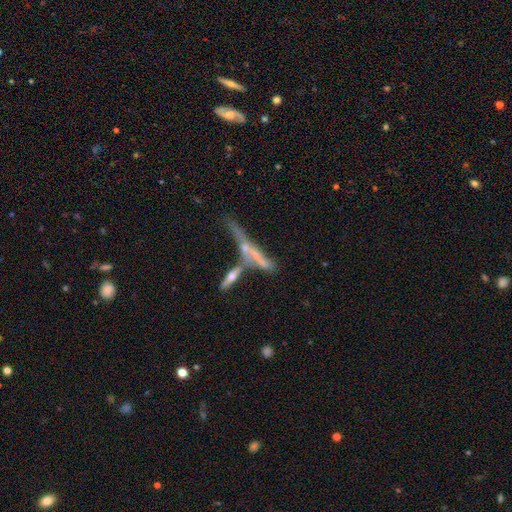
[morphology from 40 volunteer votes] This appears to be a featured or disk galaxy (50%) viewed edge-on (65%) with a rounded central bulge (77%). Merging: merger (74%).